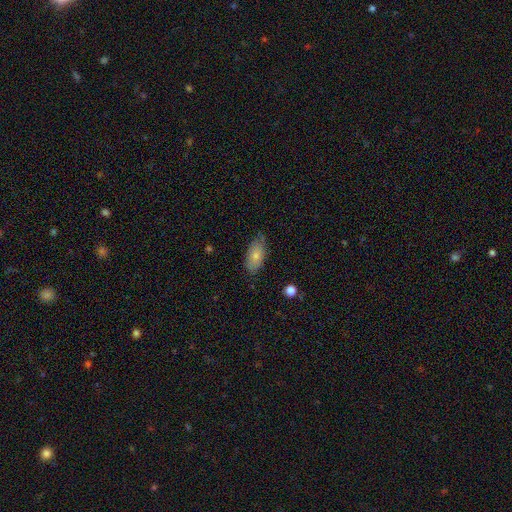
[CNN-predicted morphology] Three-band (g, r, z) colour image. It shows a smooth galaxy with no disk features (72%) that is in between round and cigar-shaped (91%). Merging: none (67%).